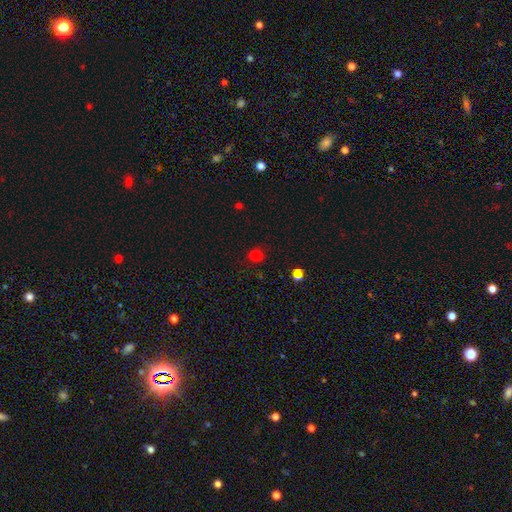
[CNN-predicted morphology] Smooth or featured: smooth — 74% (star or artifact — 22%)
How rounded: round — 77% (in between — 22%)
Merging: none — 81% (minor disturbance — 13%)